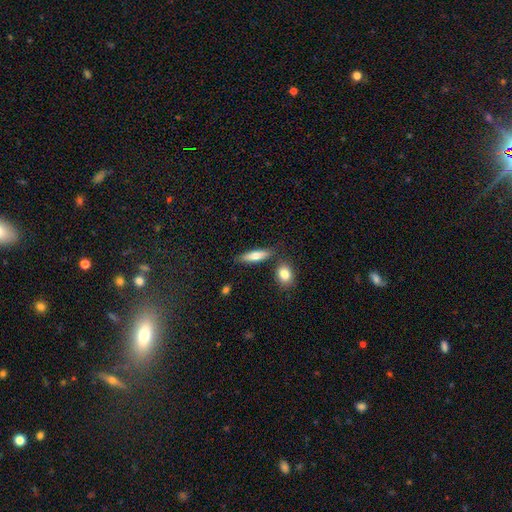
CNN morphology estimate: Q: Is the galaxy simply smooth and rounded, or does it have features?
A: smooth — 71%.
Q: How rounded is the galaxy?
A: cigar-shaped — 58%.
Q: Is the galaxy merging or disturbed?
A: none — 76%.